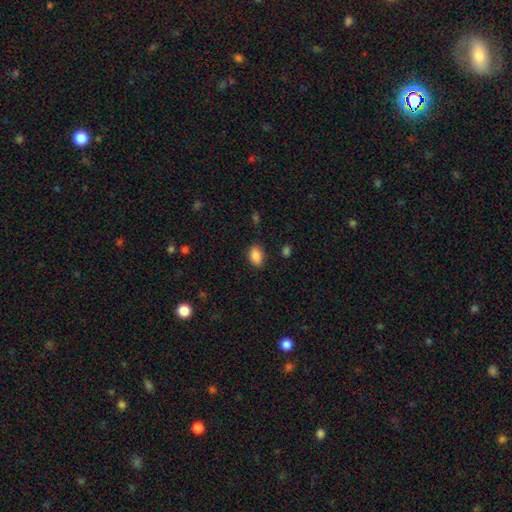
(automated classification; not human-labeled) The model was most divided on "how rounded": in between: 85%, round: 14%, cigar-shaped: 1%. More confident: smooth or featured — smooth (87%); merging — none (85%).